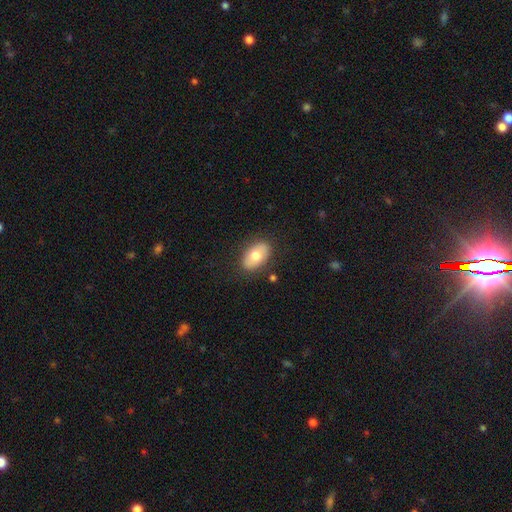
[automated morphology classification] Smooth or featured?
  - smooth: 69% *
  - featured or disk: 24%
  - star or artifact: 6%
How rounded?
  - in between: 91% *
  - round: 7%
  - cigar-shaped: 2%
Merging?
  - none: 84% *
  - minor disturbance: 11%
  - major disturbance: 3%
  - merger: 2%